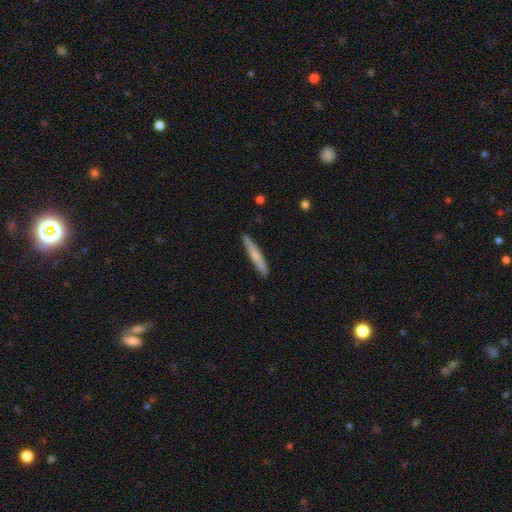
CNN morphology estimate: Overall: smooth (61%; featured or disk 33%). How rounded: cigar-shaped (94%). Merging: none (88%).